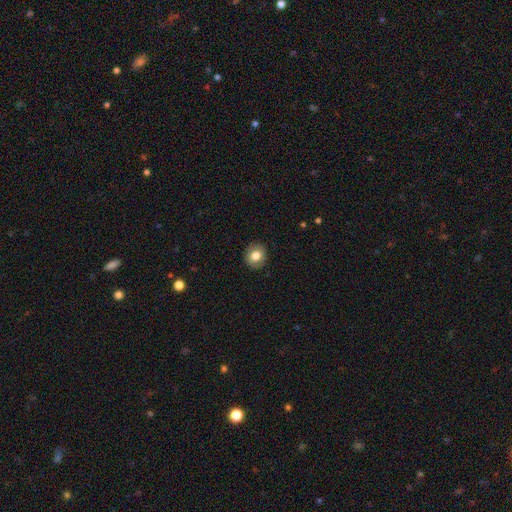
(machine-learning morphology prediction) A smooth galaxy with no disk features (75%) that is round (76%).

Vote fractions:
- Smooth or featured? smooth: 75% / featured or disk: 16% / star or artifact: 8%
- How rounded? round: 76% / in between: 23% / cigar-shaped: 1%
- Merging? none: 89% / minor disturbance: 8% / major disturbance: 2% / merger: 1%